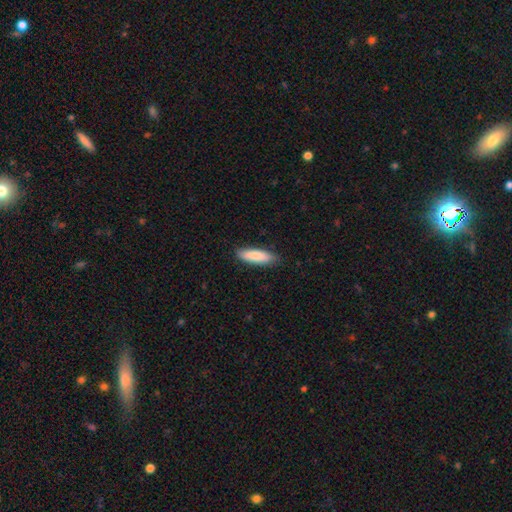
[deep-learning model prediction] Smooth or featured?
  - smooth: 85% *
  - featured or disk: 9%
  - star or artifact: 5%
How rounded?
  - cigar-shaped: 59% *
  - in between: 40%
  - round: 1%
Merging?
  - none: 86% *
  - minor disturbance: 11%
  - major disturbance: 2%
  - merger: 1%